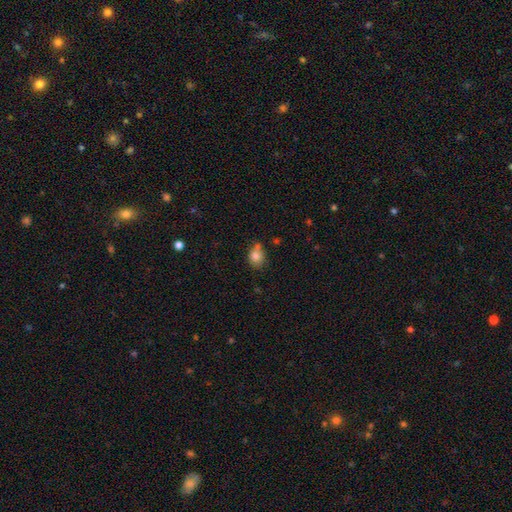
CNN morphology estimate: This is clearly a smooth galaxy (80%). How rounded: possibly round (52%). Merging: possibly none (59%).